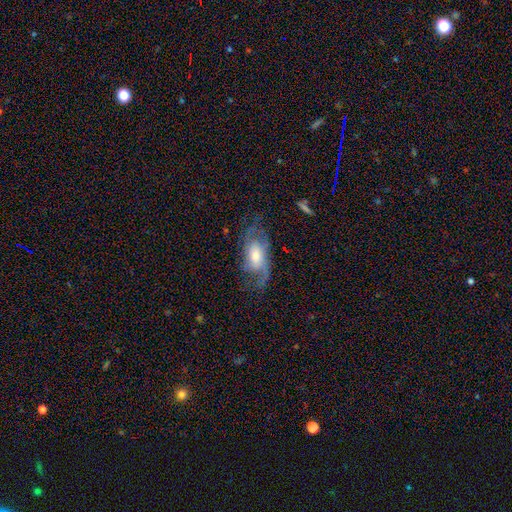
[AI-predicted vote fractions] Smooth or featured? featured or disk (71%)
Edge-on disk? no (93%)
Bar? no (59%)
Spiral arms? yes (89%)
Spiral winding? medium (43%)
Spiral arm count? 2 (51%)
Bulge size? moderate (54%)
Merging? none (56%)